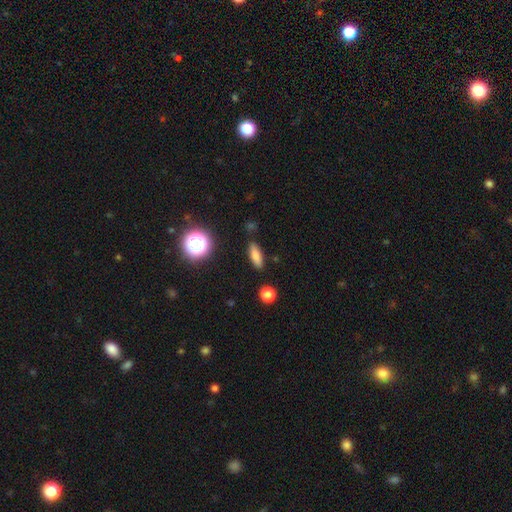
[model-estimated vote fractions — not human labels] Smooth or featured?
  - smooth: 77% *
  - featured or disk: 12%
  - star or artifact: 11%
How rounded?
  - in between: 54% *
  - cigar-shaped: 39%
  - round: 7%
Merging?
  - none: 87% *
  - minor disturbance: 9%
  - major disturbance: 2%
  - merger: 2%